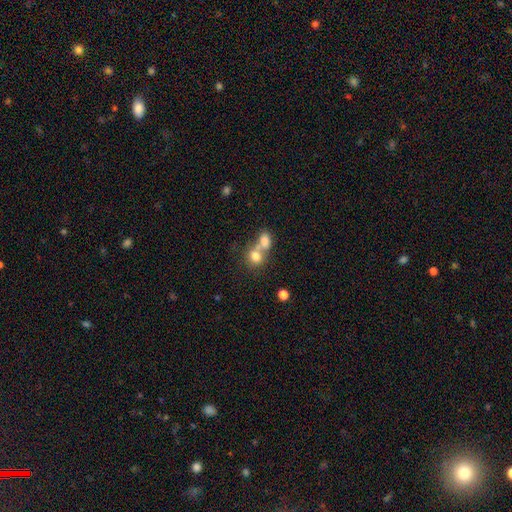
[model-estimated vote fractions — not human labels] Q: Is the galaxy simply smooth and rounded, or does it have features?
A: smooth — 76%.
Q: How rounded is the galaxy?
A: round — 65%.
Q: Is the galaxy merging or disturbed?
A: merger — 60%.